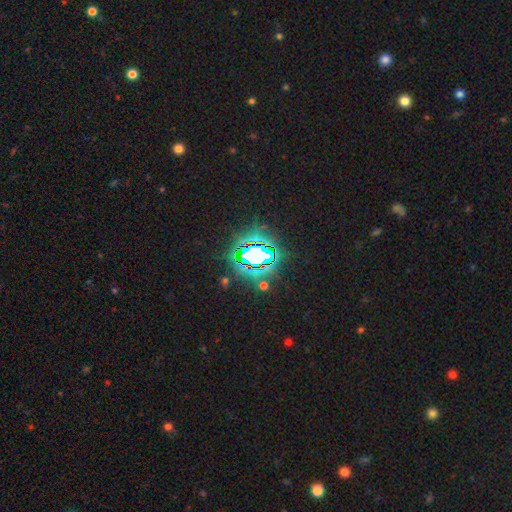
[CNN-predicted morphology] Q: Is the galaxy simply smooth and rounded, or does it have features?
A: star or artifact — 75%.